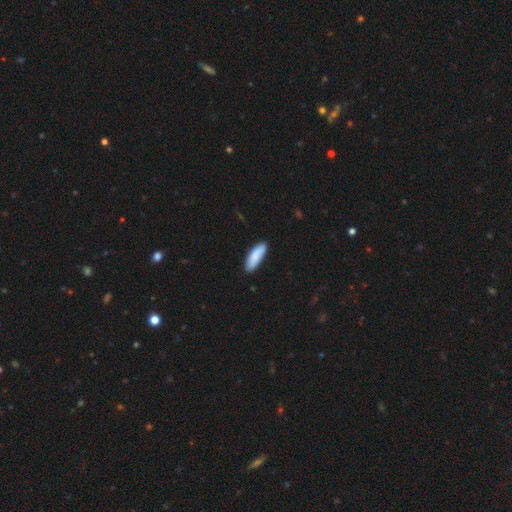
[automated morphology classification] Smooth or featured?
  - smooth: 87% *
  - featured or disk: 7%
  - star or artifact: 6%
How rounded?
  - in between: 52% *
  - cigar-shaped: 46%
  - round: 1%
Merging?
  - none: 85% *
  - minor disturbance: 12%
  - major disturbance: 2%
  - merger: 1%